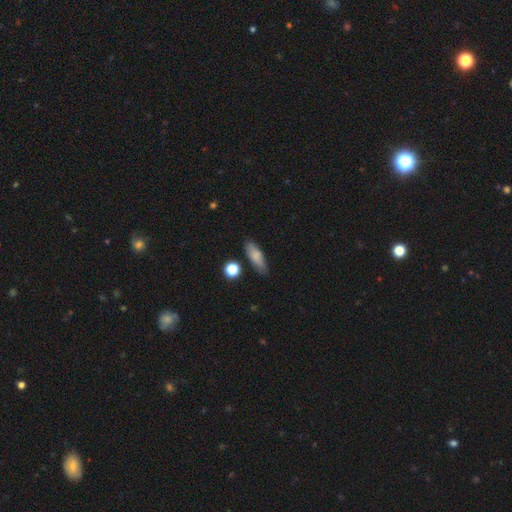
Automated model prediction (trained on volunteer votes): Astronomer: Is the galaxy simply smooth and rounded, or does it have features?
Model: smooth — 80%.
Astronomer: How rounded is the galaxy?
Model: in between — 50% (runner-up: cigar-shaped, 46%).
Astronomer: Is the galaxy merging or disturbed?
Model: none — 81%.